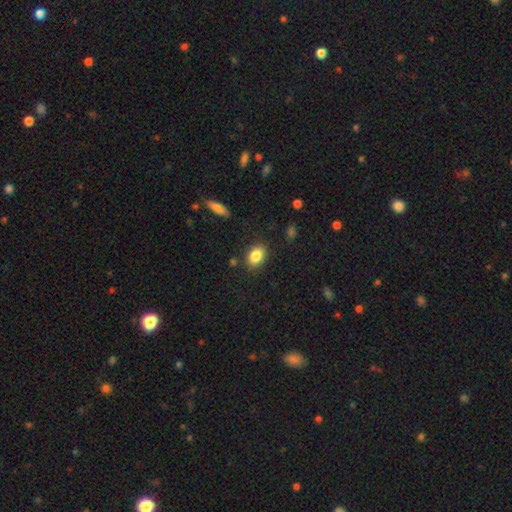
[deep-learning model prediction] smooth 85%, star or artifact 8%, featured or disk 7%. Down the decision tree: how rounded — in between (77%); merging — none (84%).